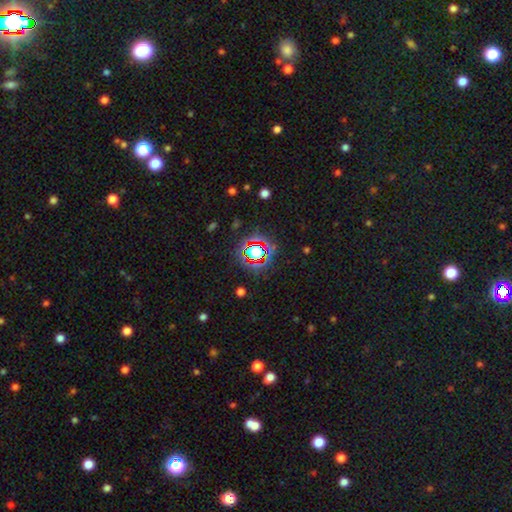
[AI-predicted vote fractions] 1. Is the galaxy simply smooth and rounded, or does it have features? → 67% star or artifact, 21% smooth, 11% featured or disk.